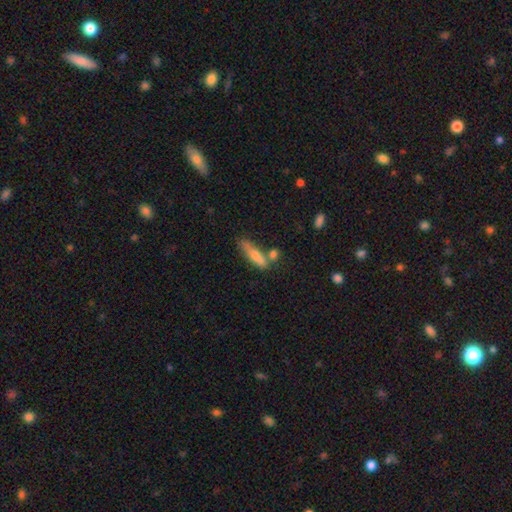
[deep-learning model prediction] smooth-or-featured: smooth: 66% | featured or disk: 27% | star or artifact: 7%
  how-rounded: cigar-shaped: 71% | in between: 26% | round: 2%
  merging: none: 54% | merger: 20% | minor disturbance: 19% | major disturbance: 7%